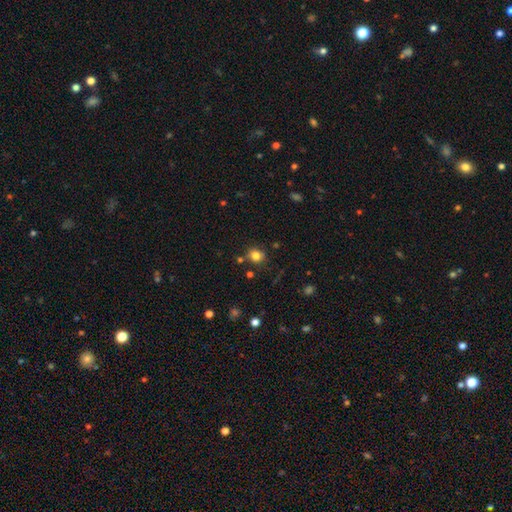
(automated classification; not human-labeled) This is clearly a smooth galaxy (80%). How rounded: clearly round (81%). Merging: likely none (78%).